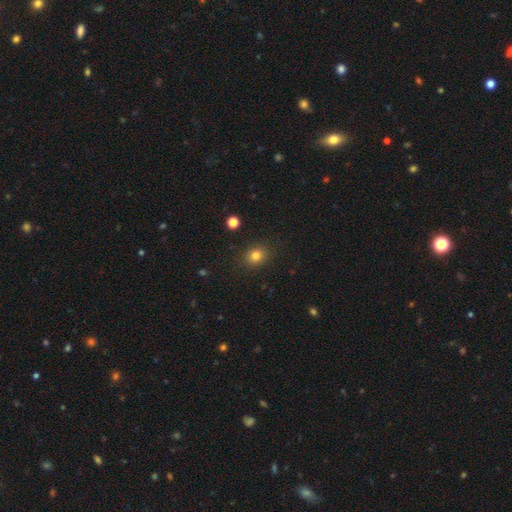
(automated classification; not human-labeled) This appears to be a smooth galaxy with no disk features (81%) that is round (64%). Merging: none (88%).